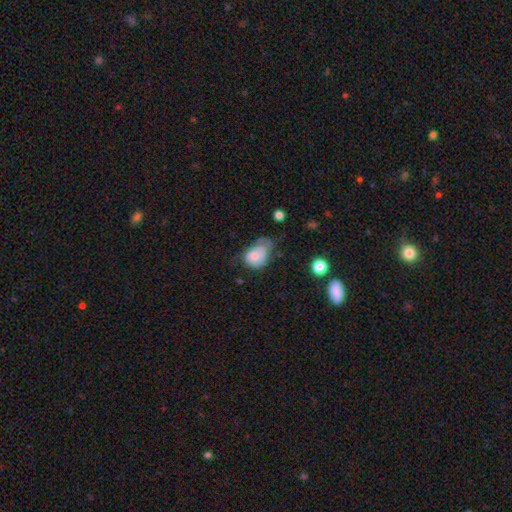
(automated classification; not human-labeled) The model was most divided on "merging": minor disturbance: 39%, major disturbance: 30%, none: 24%, merger: 6%. More confident: how rounded — in between (69%); smooth or featured — smooth (64%).